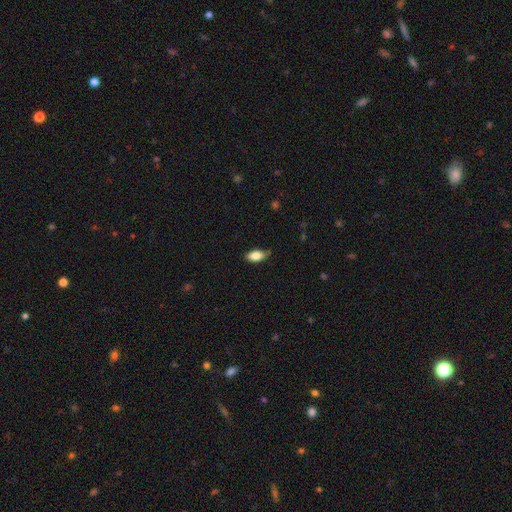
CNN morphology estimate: Overall: smooth (84%). How rounded: in between (91%). Merging: none (78%).